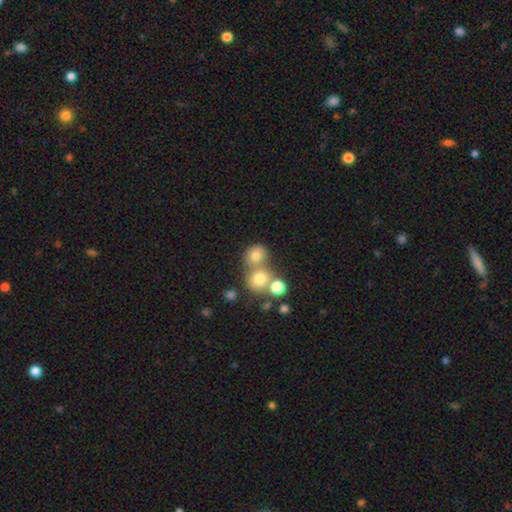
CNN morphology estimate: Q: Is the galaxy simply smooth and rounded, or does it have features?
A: smooth — 74%.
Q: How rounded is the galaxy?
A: round — 78%.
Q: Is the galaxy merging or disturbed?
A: none — 44%, tied with merger.